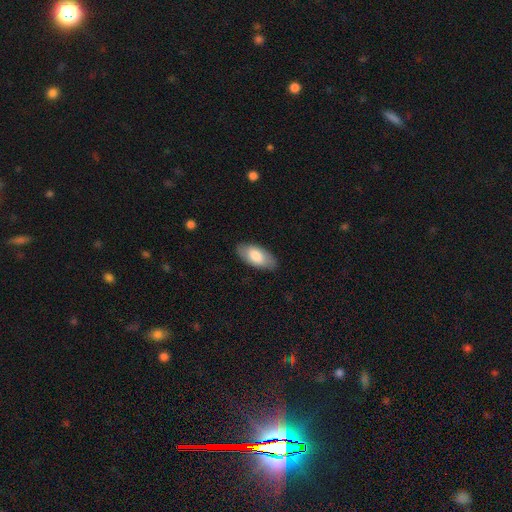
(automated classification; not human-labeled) A smooth galaxy with no disk features (77%) that is in between round and cigar-shaped (93%).

Vote fractions:
- Smooth or featured? smooth: 77% / featured or disk: 18% / star or artifact: 5%
- How rounded? in between: 93% / cigar-shaped: 5% / round: 2%
- Merging? none: 86% / minor disturbance: 11% / major disturbance: 2% / merger: 1%